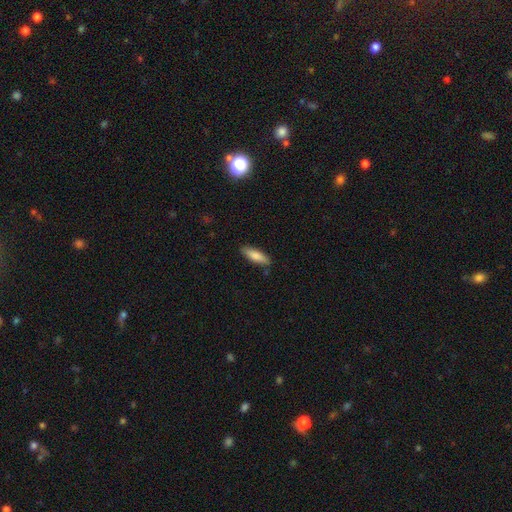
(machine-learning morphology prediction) Smooth or featured? Predicted: smooth (p=0.81). How rounded? Predicted: cigar-shaped (p=0.52). Merging? Predicted: none (p=0.84).